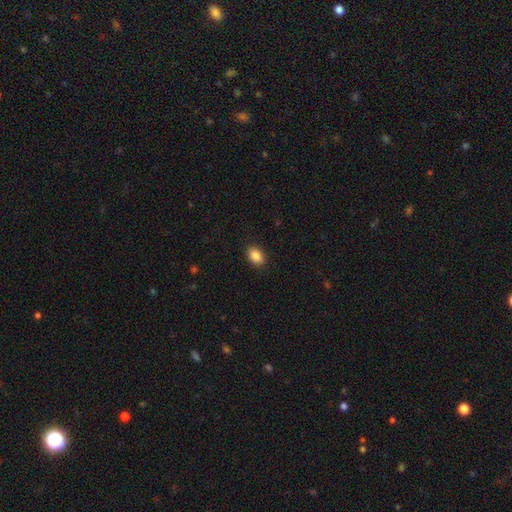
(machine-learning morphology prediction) smooth-or-featured: smooth: 87% | star or artifact: 8% | featured or disk: 4%
  how-rounded: in between: 82% | round: 17% | cigar-shaped: 1%
  merging: none: 90% | minor disturbance: 7% | major disturbance: 2% | merger: 1%